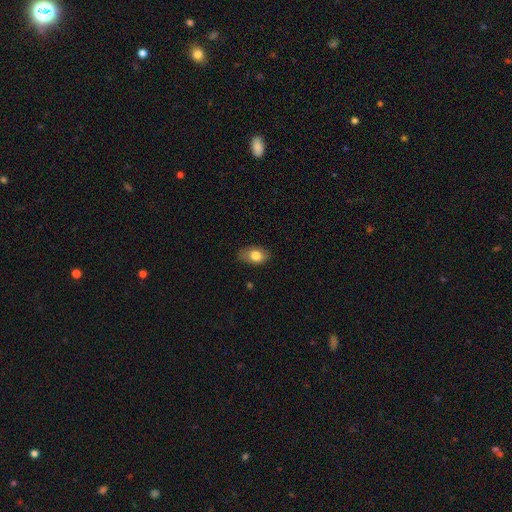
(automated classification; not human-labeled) Smooth or featured: smooth — 80% (featured or disk — 12%)
How rounded: in between — 86% (round — 12%)
Merging: none — 77% (minor disturbance — 19%)